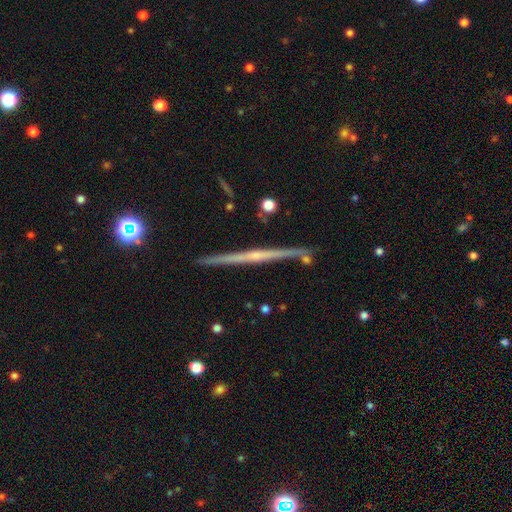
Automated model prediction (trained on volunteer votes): This is likely a featured or disk galaxy (77%). It is clearly viewed edge-on (98%). Edge-on bulge: possibly none (54%). Merging: clearly none (89%).